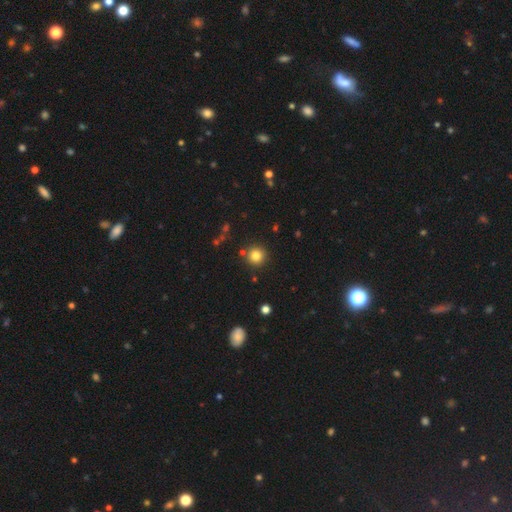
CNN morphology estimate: A smooth galaxy with no disk features (81%) that is round (95%). Merging: none (87%).